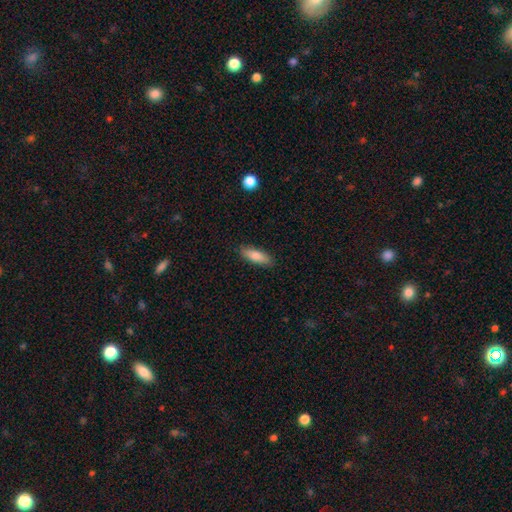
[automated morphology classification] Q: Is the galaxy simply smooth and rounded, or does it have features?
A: smooth — 81%.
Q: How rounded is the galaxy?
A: in between — 52%.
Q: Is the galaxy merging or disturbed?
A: none — 88%.